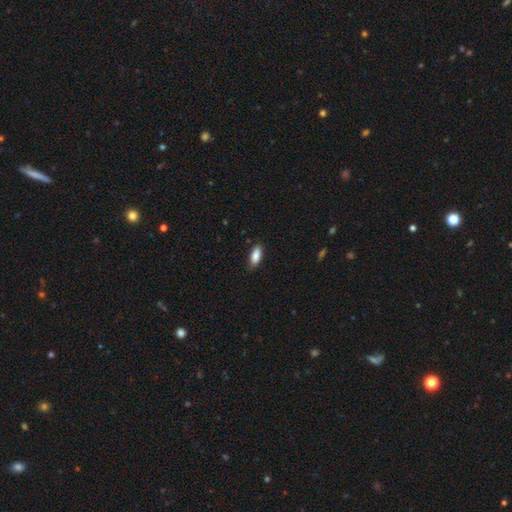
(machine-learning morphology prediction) A smooth galaxy with no disk features (88%) that is in between round and cigar-shaped (82%). Merging: none (82%).